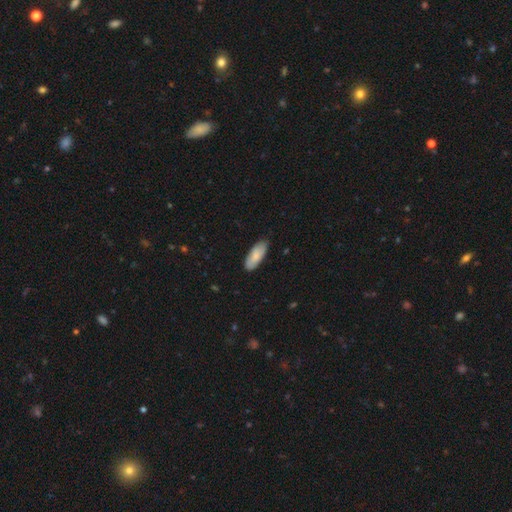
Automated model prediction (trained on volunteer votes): smooth-or-featured: smooth: 79% | featured or disk: 16% | star or artifact: 5%
  how-rounded: in between: 80% | cigar-shaped: 19% | round: 2%
  merging: none: 82% | minor disturbance: 15% | major disturbance: 2% | merger: 1%